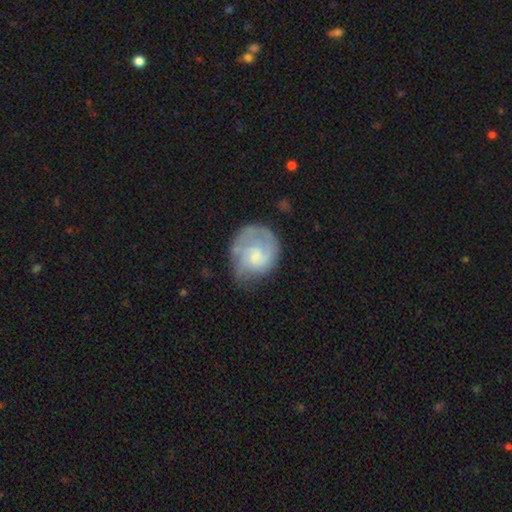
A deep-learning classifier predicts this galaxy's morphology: smooth-or-featured: featured or disk: 63% | smooth: 31% | star or artifact: 6%
  disk-edge-on: no: 98% | yes: 2%
    bar: no: 69% | weak: 27% | strong: 3%
    has-spiral-arms: yes: 85% | no: 15%
      spiral-winding: tight: 50% | medium: 34% | loose: 15%
      spiral-arm-count: 2: 37% | can't tell: 28% | 1: 22% | 3: 9% | 4: 3% | more than 4: 2%
    bulge-size: small: 55% | moderate: 30% | none: 10% | large: 3% | dominant: 1%
  merging: none: 57% | minor disturbance: 27% | major disturbance: 15% | merger: 2%